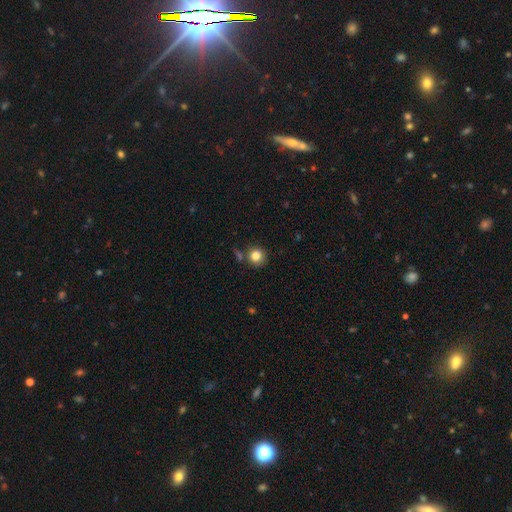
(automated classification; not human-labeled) Smooth or featured? smooth (82%)
How rounded? round (90%)
Merging? none (77%)